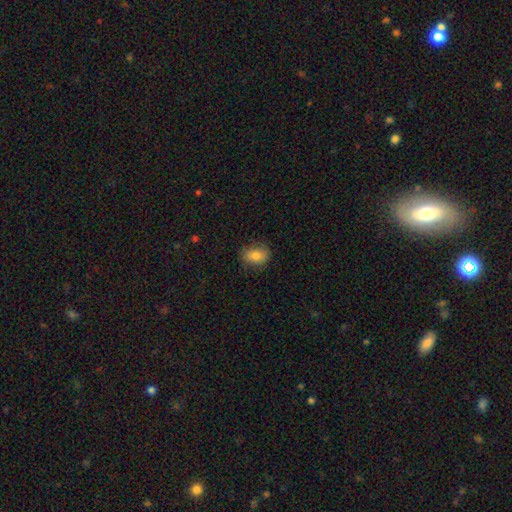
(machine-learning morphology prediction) smooth 79%, featured or disk 12%, star or artifact 9%. Down the decision tree: how rounded — in between (64%); merging — none (79%).